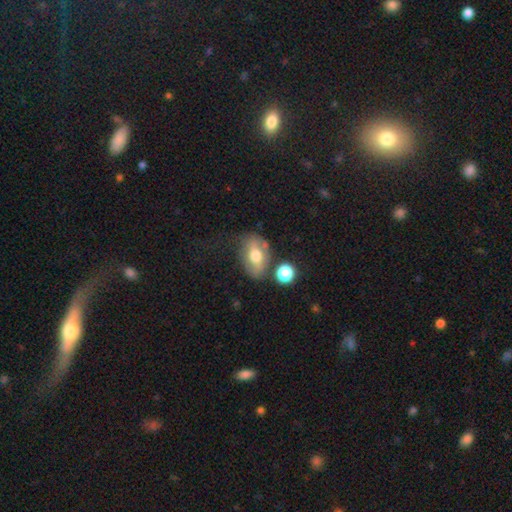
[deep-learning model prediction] Smooth or featured: smooth — 52% (featured or disk — 39%)
How rounded: in between — 82% (round — 16%)
Merging: none — 57% (minor disturbance — 22%)